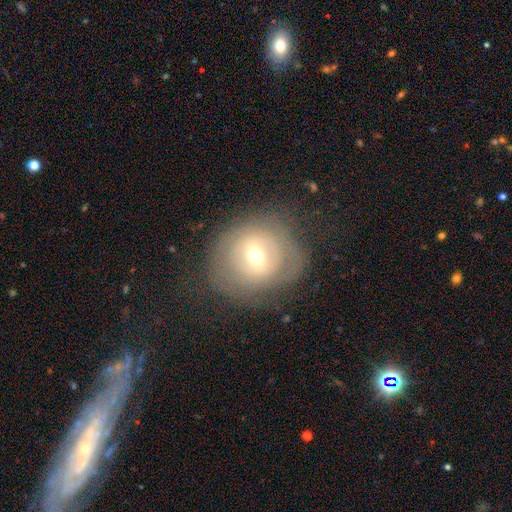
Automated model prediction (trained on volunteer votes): Morphology: type=featured or disk (55%); edge-on=no (94%); bar=weak (44%); spiral arms=no (56%); bulge=moderate (48%); merging=none (69%).